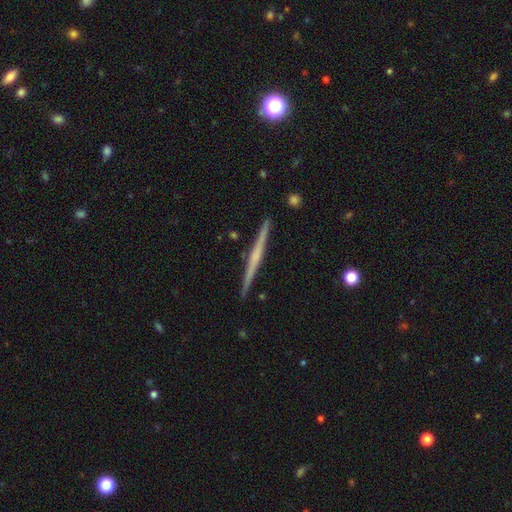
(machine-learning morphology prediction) type=featured or disk (69%); edge-on=yes (98%); edge-on bulge=none (56%); merging=none (92%).